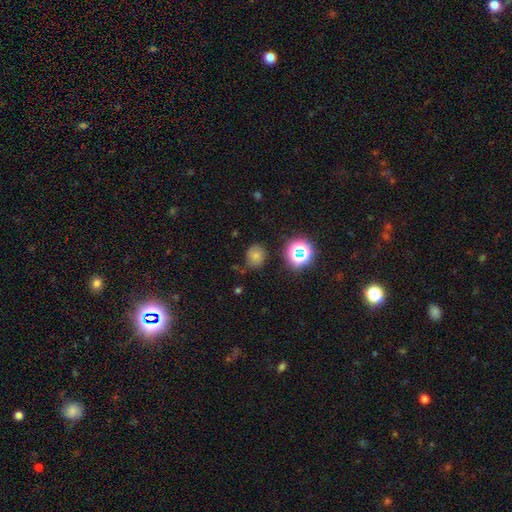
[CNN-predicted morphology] type=smooth (69%); roundness=round (73%); merging=none (71%).